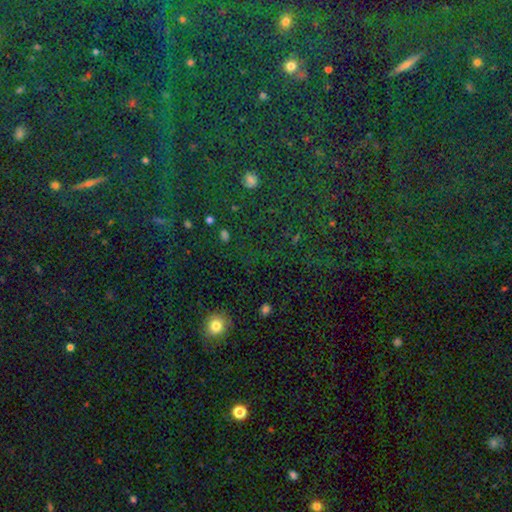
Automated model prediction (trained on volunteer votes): Morphology: type=star or artifact (61%).